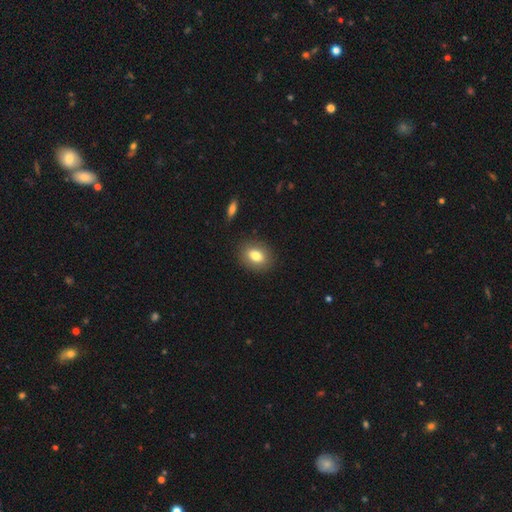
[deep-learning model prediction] This appears to be a smooth galaxy with no disk features (79%) that is in between round and cigar-shaped (64%). Merging: none (88%).